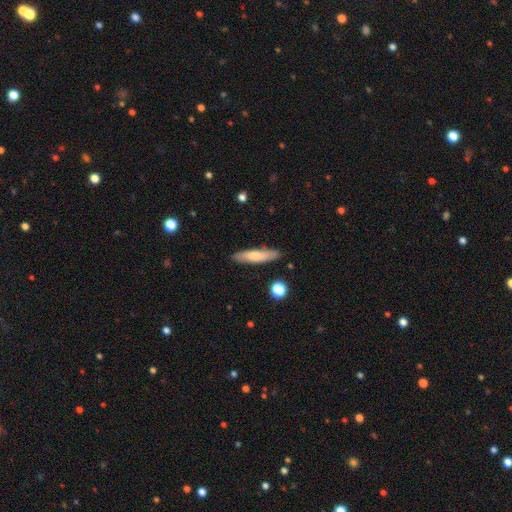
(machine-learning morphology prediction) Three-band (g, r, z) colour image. It shows a smooth galaxy with no disk features (69%) that is cigar-shaped (78%). Merging: none (86%).